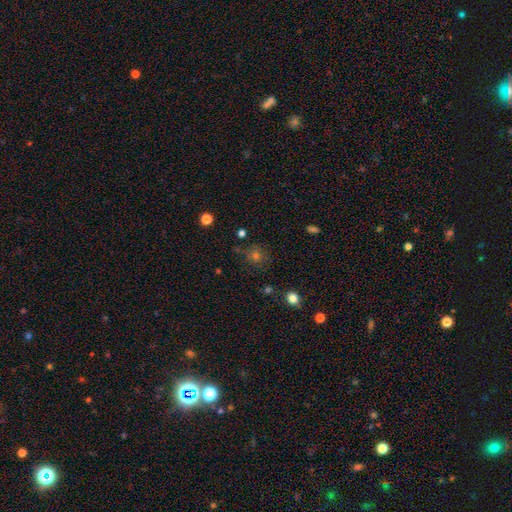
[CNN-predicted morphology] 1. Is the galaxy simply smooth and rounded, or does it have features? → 53% smooth, 33% star or artifact, 14% featured or disk.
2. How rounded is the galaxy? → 87% round, 12% in between, 1% cigar-shaped.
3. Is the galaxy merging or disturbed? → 80% none, 12% minor disturbance, 5% major disturbance, 3% merger.